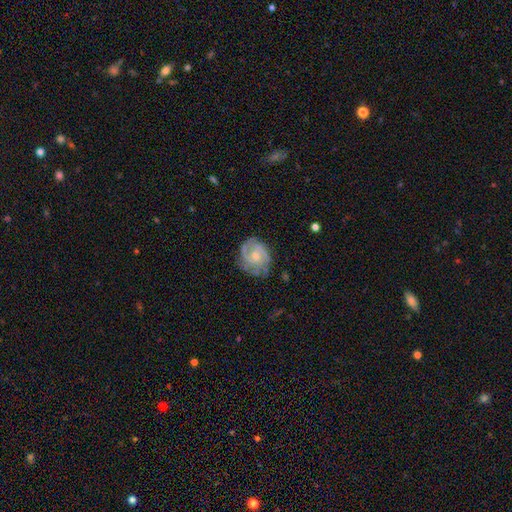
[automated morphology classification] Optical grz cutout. It shows a featured or disk galaxy (79%) with no bar (67%), 2 (33%) tight (48%) spiral arms (94%) and a small central bulge (61%). Merging: none (71%).